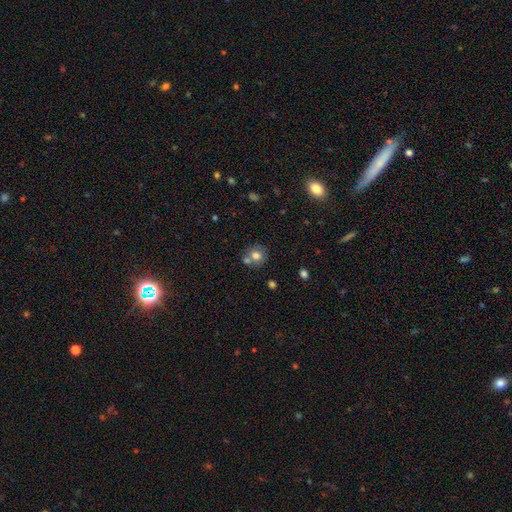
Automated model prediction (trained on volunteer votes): Smooth or featured?
  - smooth: 75% *
  - featured or disk: 14%
  - star or artifact: 11%
How rounded?
  - round: 85% *
  - in between: 14%
  - cigar-shaped: 1%
Merging?
  - none: 60% *
  - merger: 27%
  - minor disturbance: 10%
  - major disturbance: 3%